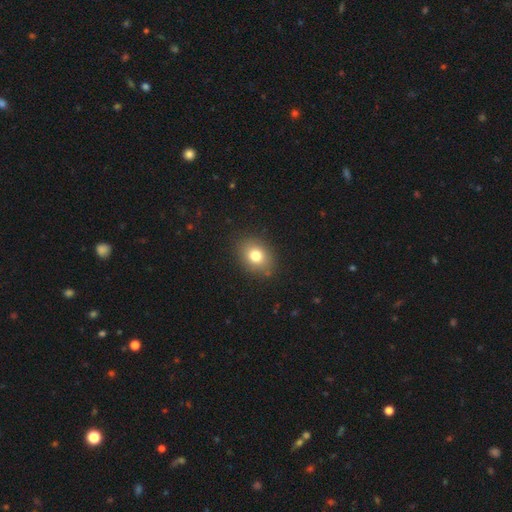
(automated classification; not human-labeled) Morphology: type=smooth (78%); roundness=in between (55%); merging=none (86%).